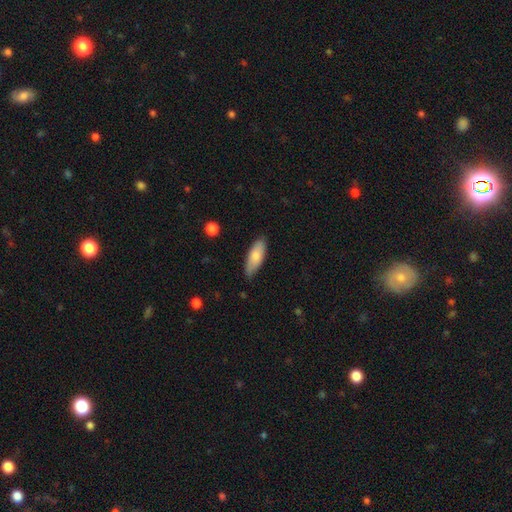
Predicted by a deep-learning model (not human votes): smooth-or-featured: smooth: 78% | featured or disk: 17% | star or artifact: 6%
  how-rounded: in between: 71% | cigar-shaped: 27% | round: 2%
  merging: none: 77% | minor disturbance: 19% | major disturbance: 3% | merger: 1%